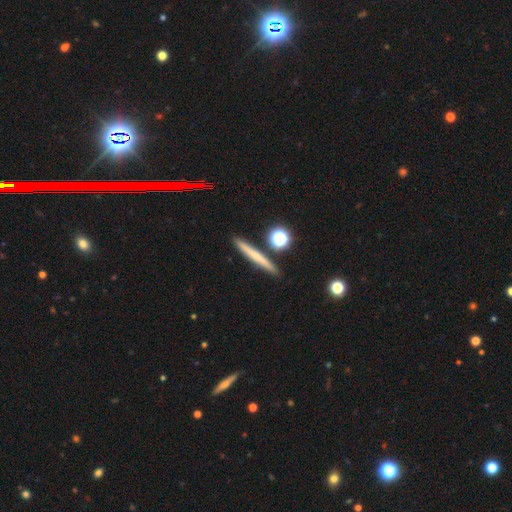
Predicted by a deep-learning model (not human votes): The model was most divided on "smooth or featured": smooth: 53%, featured or disk: 38%, star or artifact: 9%. More confident: how rounded — cigar-shaped (91%); merging — none (88%).